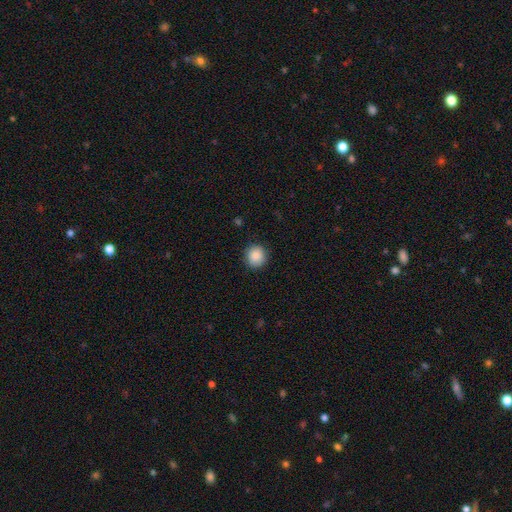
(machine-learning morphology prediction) A smooth galaxy with no disk features (87%) that is round (91%).

Vote fractions:
- Smooth or featured? smooth: 87% / star or artifact: 9% / featured or disk: 4%
- How rounded? round: 91% / in between: 8% / cigar-shaped: 1%
- Merging? none: 89% / minor disturbance: 8% / major disturbance: 2% / merger: 1%